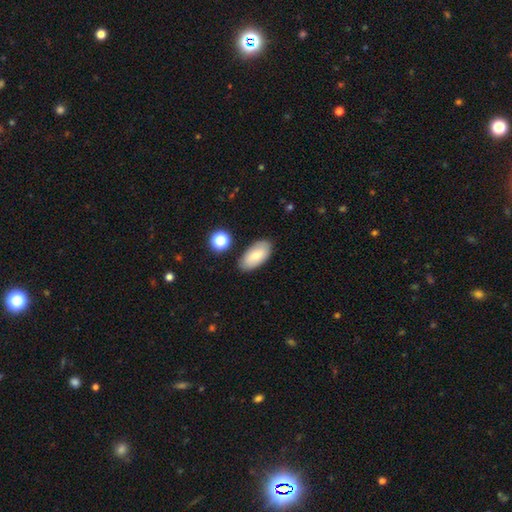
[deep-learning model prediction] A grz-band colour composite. It shows a smooth galaxy with no disk features (73%) that is in between round and cigar-shaped (93%). Merging: none (83%).